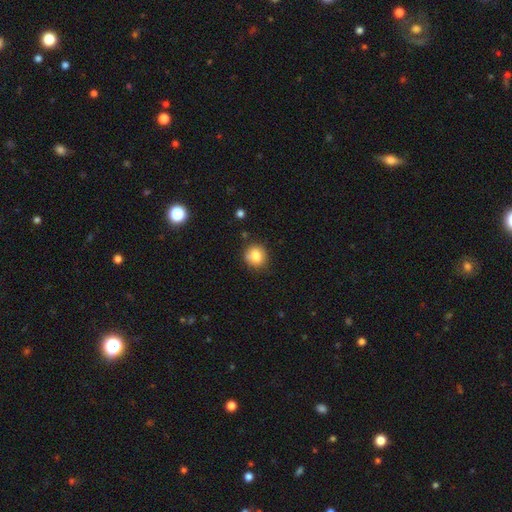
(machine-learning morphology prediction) Smooth or featured? smooth (81%)
How rounded? round (84%)
Merging? none (79%)